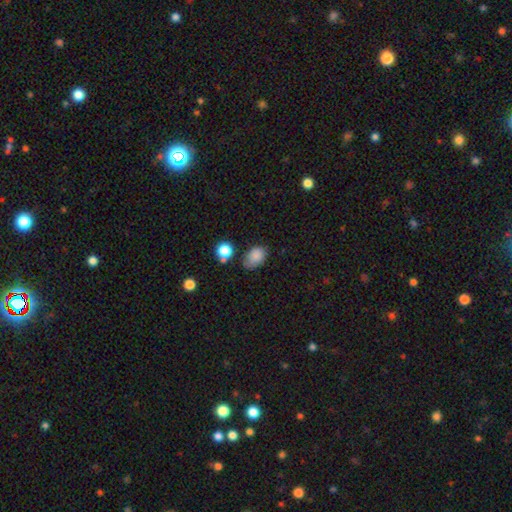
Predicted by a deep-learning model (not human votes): smooth-or-featured: smooth: 84% | star or artifact: 10% | featured or disk: 6%
  how-rounded: in between: 83% | round: 16% | cigar-shaped: 1%
  merging: none: 64% | minor disturbance: 25% | major disturbance: 6% | merger: 6%